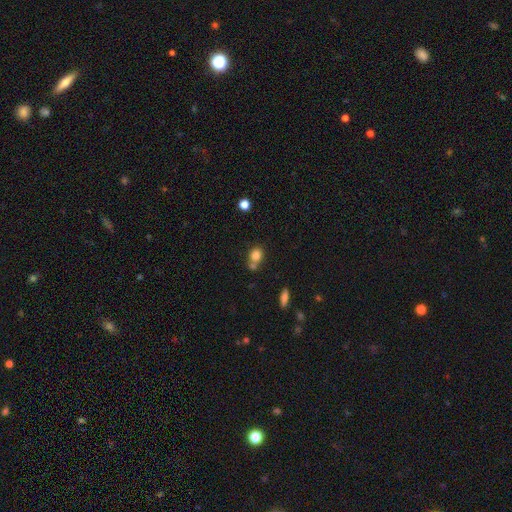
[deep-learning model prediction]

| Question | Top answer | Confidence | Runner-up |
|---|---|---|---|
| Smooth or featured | smooth | 81% | star or artifact (11%) |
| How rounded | round | 64% | in between (35%) |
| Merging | none | 53% | merger (32%) |